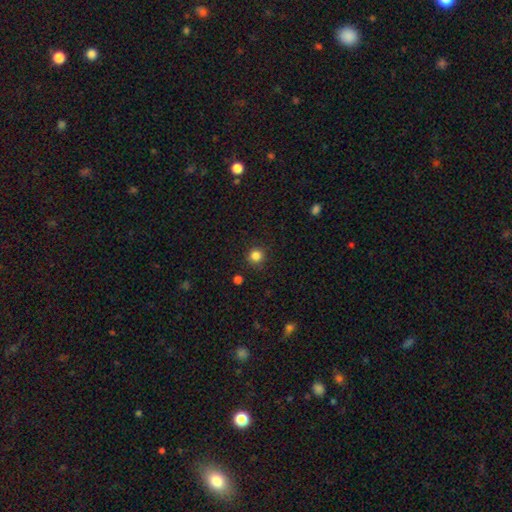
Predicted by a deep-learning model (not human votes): Smooth or featured? smooth (84%)
How rounded? round (94%)
Merging? none (89%)